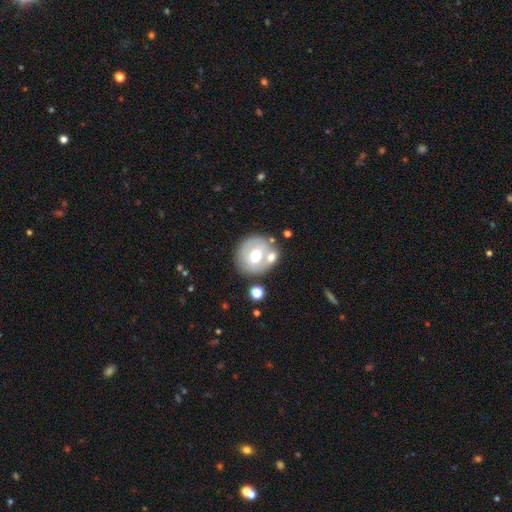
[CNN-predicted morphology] Q: Smooth or featured?
A: smooth (52%); runner-up: featured or disk (40%)
Q: How rounded?
A: round (80%); runner-up: in between (19%)
Q: Merging?
A: none (64%); runner-up: merger (18%)